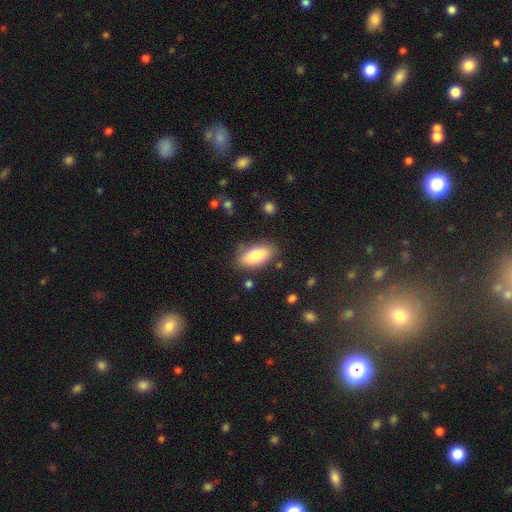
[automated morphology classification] The model was most divided on "merging": none: 79%, minor disturbance: 15%, major disturbance: 4%, merger: 3%. More confident: how rounded — in between (88%); smooth or featured — smooth (85%).